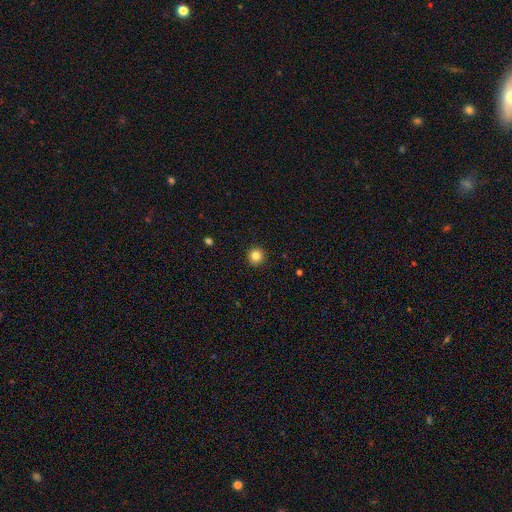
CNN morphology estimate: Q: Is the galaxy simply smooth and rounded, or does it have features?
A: smooth — 84%.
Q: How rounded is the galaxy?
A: round — 95%.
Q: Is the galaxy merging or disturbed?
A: none — 92%.